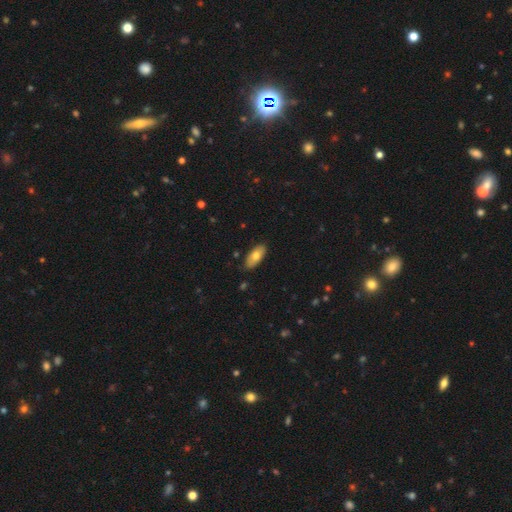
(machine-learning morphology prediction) Overall: smooth (73%). How rounded: in between (86%). Merging: none (87%).